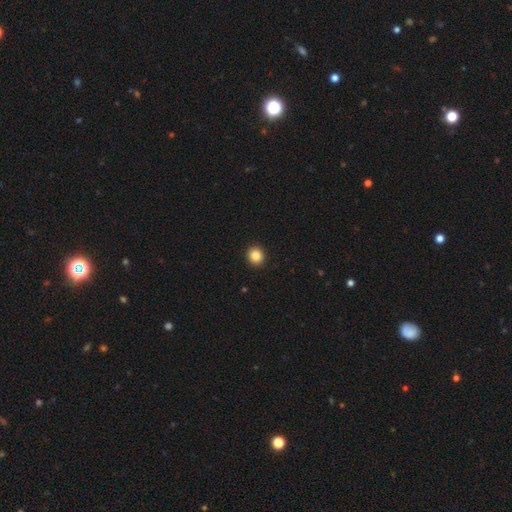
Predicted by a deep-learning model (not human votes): smooth-or-featured: smooth: 87% | star or artifact: 10% | featured or disk: 3%
  how-rounded: round: 85% | in between: 14% | cigar-shaped: 1%
  merging: none: 93% | minor disturbance: 5% | major disturbance: 2% | merger: 1%